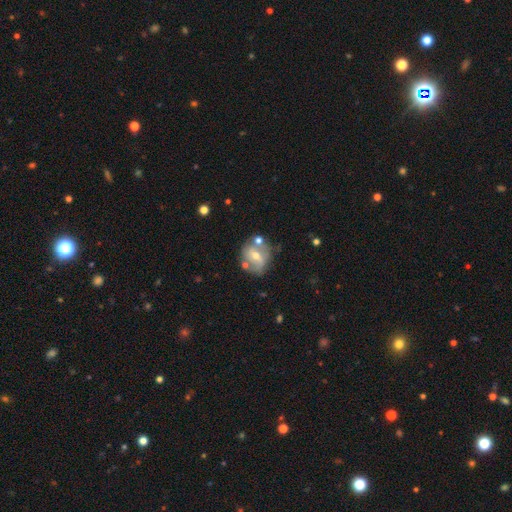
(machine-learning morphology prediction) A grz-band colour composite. It shows a featured or disk galaxy (58%) with a weak bar (42%), spiral arms (52%) and a moderate central bulge (58%). Merging: none (60%).